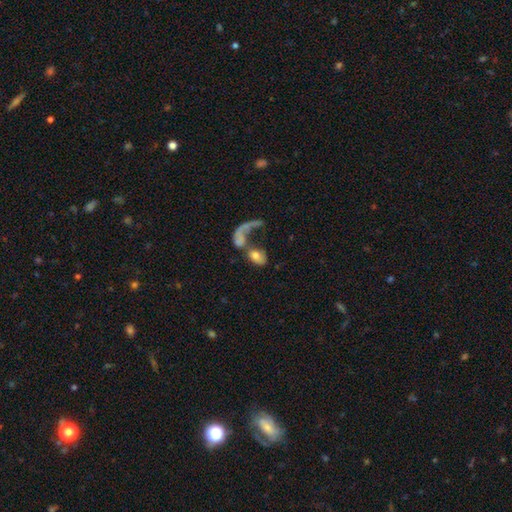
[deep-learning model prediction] Morphology: type=smooth (57%); roundness=in between (82%); merging=merger (45%).